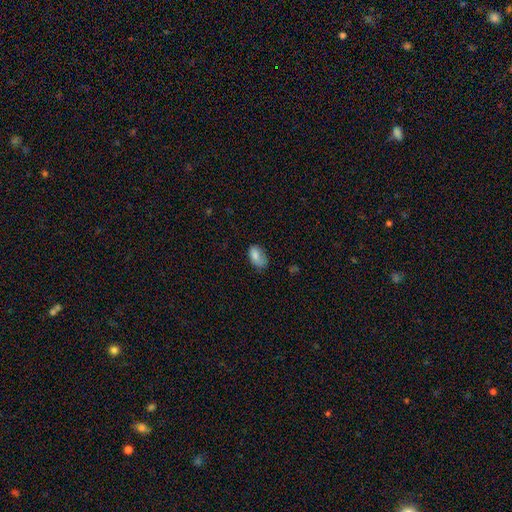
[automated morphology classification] A smooth galaxy with no disk features (80%) that is in between round and cigar-shaped (91%). Merging: none (51%).